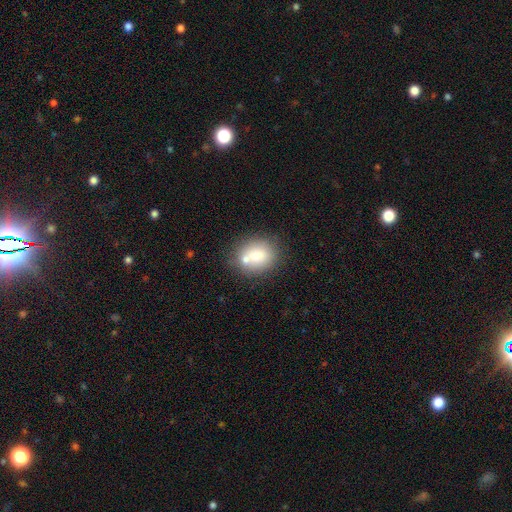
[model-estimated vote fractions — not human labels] Morphology: type=smooth (70%); roundness=round (64%); merging=none (57%).